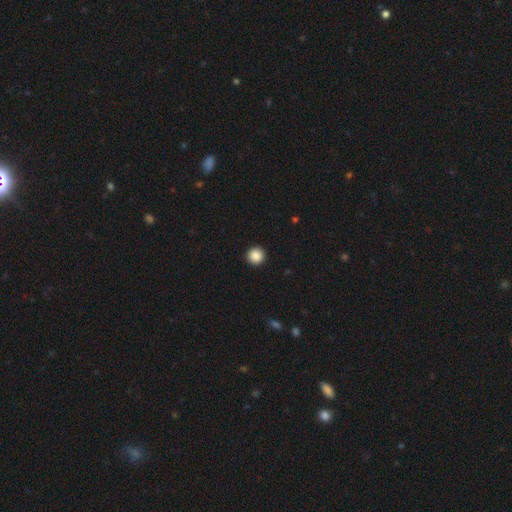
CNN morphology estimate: Overall: smooth (88%). How rounded: round (96%). Merging: none (93%).